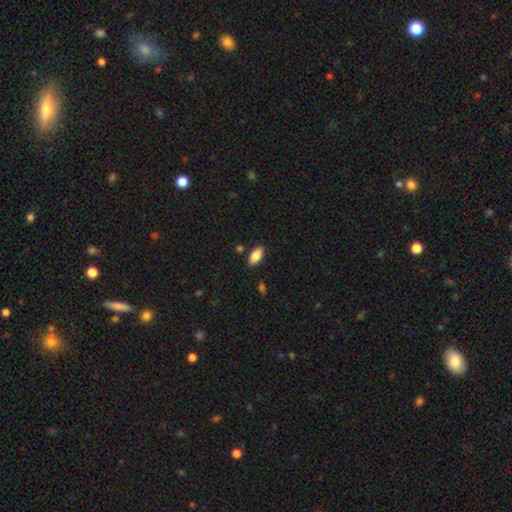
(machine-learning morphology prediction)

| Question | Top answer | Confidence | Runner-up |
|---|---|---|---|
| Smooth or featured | smooth | 82% | featured or disk (11%) |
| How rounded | in between | 89% | cigar-shaped (9%) |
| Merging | none | 86% | minor disturbance (9%) |